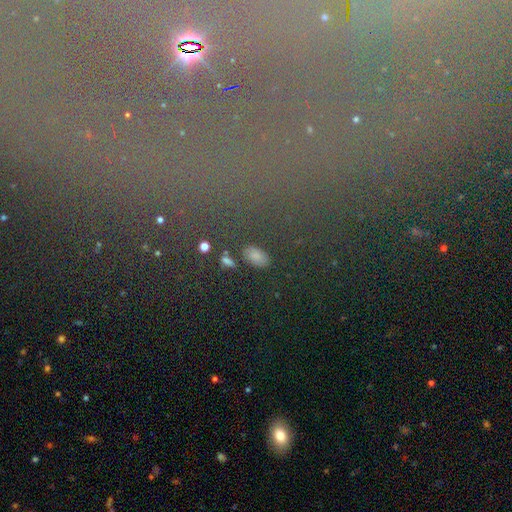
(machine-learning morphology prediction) type=smooth (72%); roundness=in between (88%); merging=none (82%).